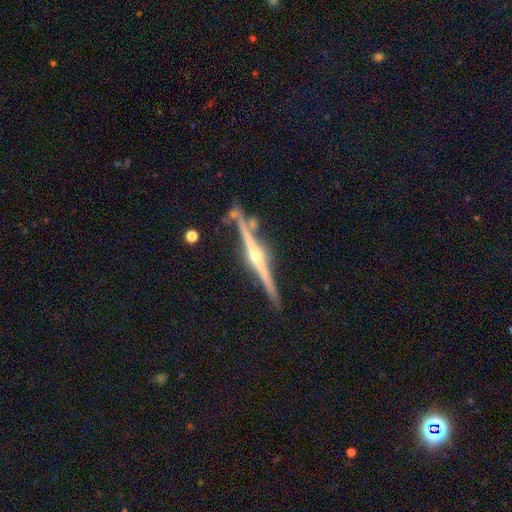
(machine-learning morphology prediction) This is clearly a featured or disk galaxy (87%). It is clearly viewed edge-on (98%). Edge-on bulge: clearly rounded (89%). Merging: clearly none (81%).